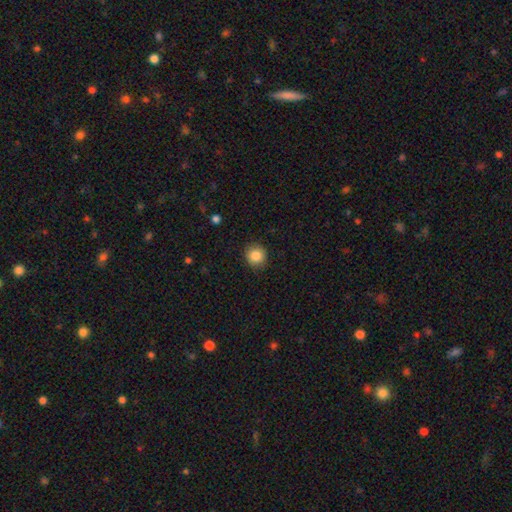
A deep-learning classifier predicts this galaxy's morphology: smooth-or-featured: smooth: 86% | star or artifact: 9% | featured or disk: 5%
  how-rounded: round: 91% | in between: 8% | cigar-shaped: 1%
  merging: none: 90% | minor disturbance: 7% | major disturbance: 2% | merger: 1%